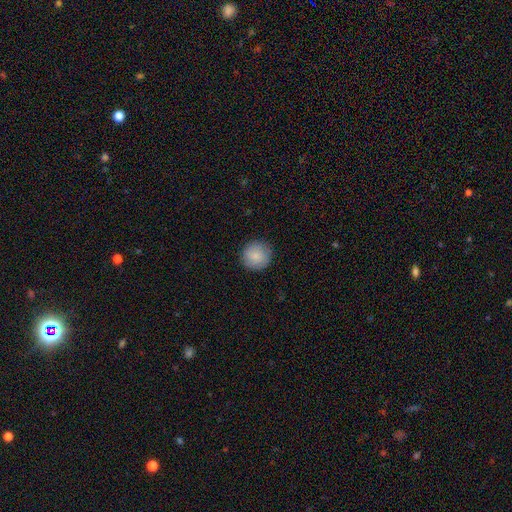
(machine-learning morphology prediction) The model was most divided on "smooth or featured": smooth: 86%, featured or disk: 7%, star or artifact: 7%. More confident: how rounded — round (94%); merging — none (88%).